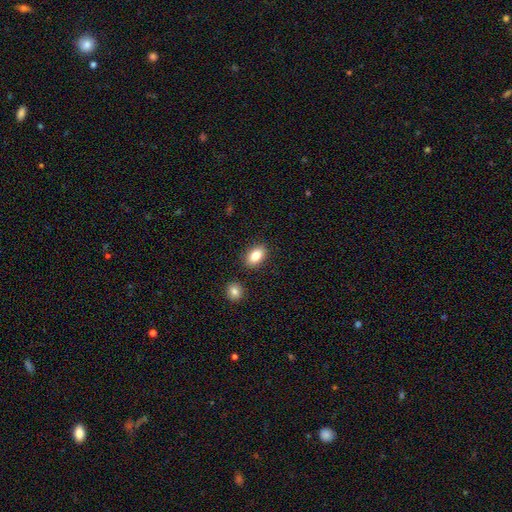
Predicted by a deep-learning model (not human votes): This is clearly a smooth galaxy (83%). How rounded: clearly in between (88%). Merging: clearly none (86%).